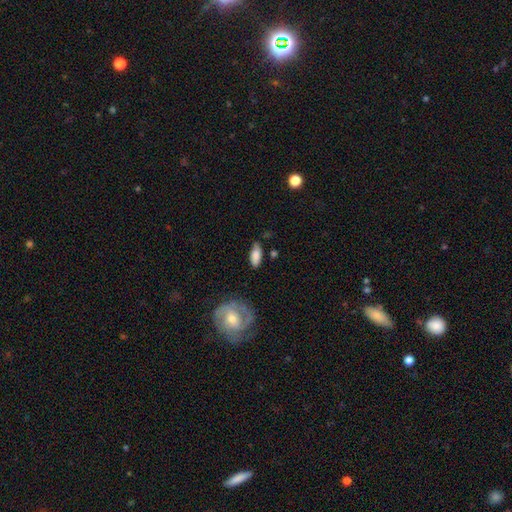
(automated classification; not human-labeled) Smooth or featured? smooth (80%)
How rounded? in between (78%)
Merging? none (71%)